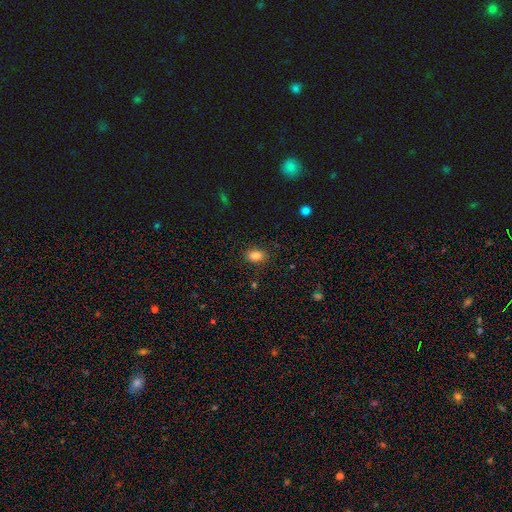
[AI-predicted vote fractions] Smooth or featured: smooth — 84% (star or artifact — 10%)
How rounded: in between — 80% (round — 19%)
Merging: none — 86% (minor disturbance — 10%)